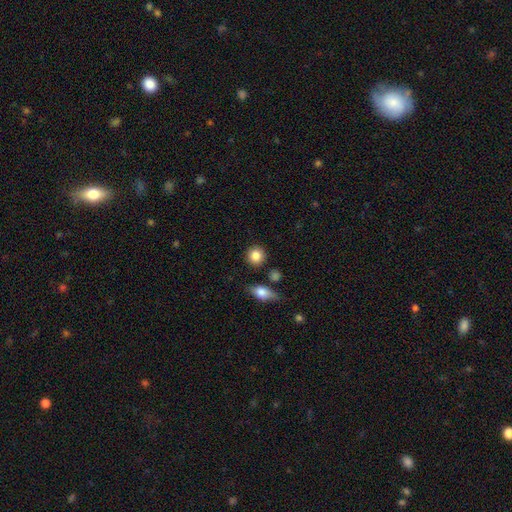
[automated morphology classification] This appears to be a smooth galaxy with no disk features (85%) that is round (88%). Merging: none (86%).